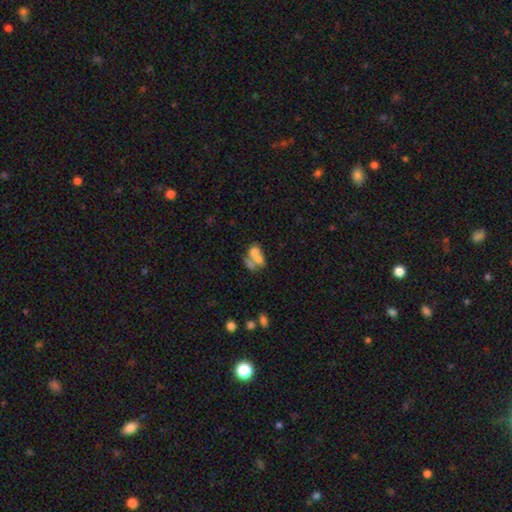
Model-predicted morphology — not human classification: Smooth or featured? Predicted: smooth (p=0.55). How rounded? Predicted: in between (p=0.77). Merging? Predicted: merger (p=0.65).